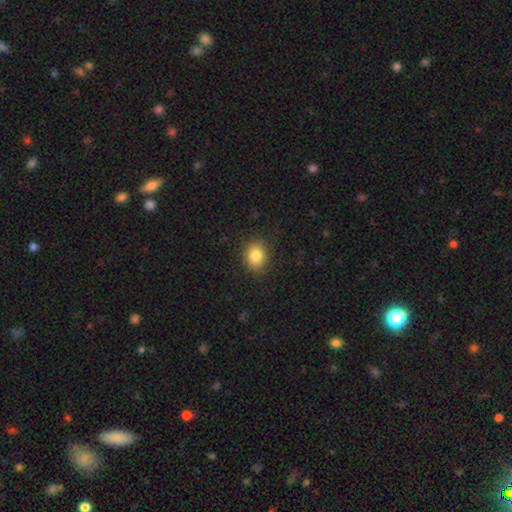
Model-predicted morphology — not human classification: A smooth galaxy with no disk features (84%) that is round (57%). Merging: none (87%).